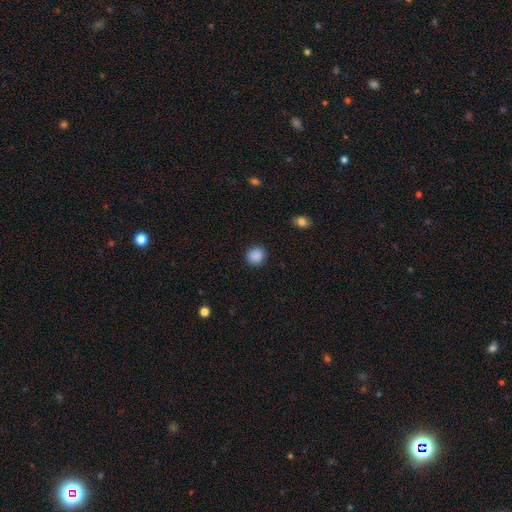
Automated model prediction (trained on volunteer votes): Smooth or featured: smooth — 89% (star or artifact — 9%)
How rounded: round — 83% (in between — 16%)
Merging: none — 90% (minor disturbance — 7%)